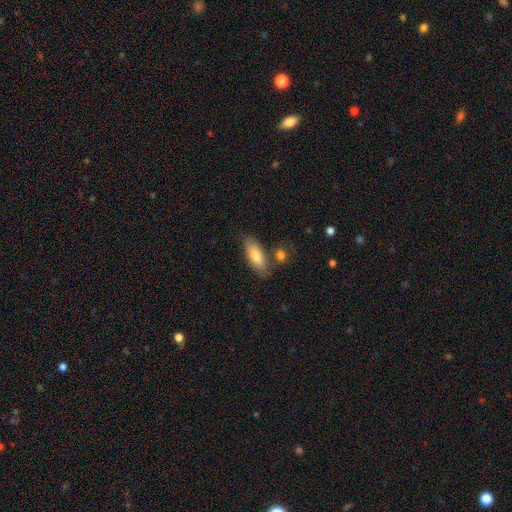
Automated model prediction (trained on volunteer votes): smooth 81%, featured or disk 13%, star or artifact 6%. Down the decision tree: how rounded — in between (72%); merging — none (75%).